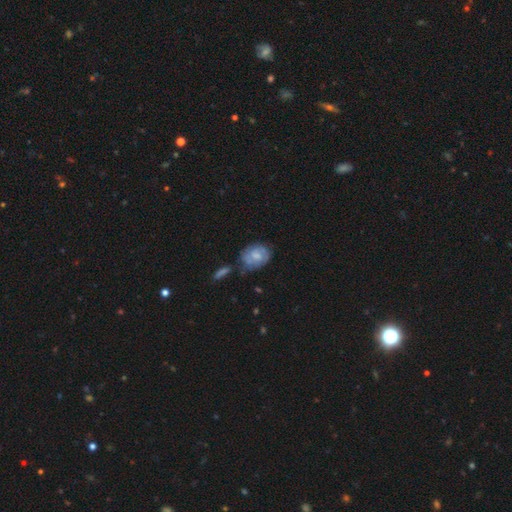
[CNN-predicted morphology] The model was most divided on "smooth or featured": smooth: 48%, featured or disk: 45%, star or artifact: 7%. More confident: merging — none (53%).